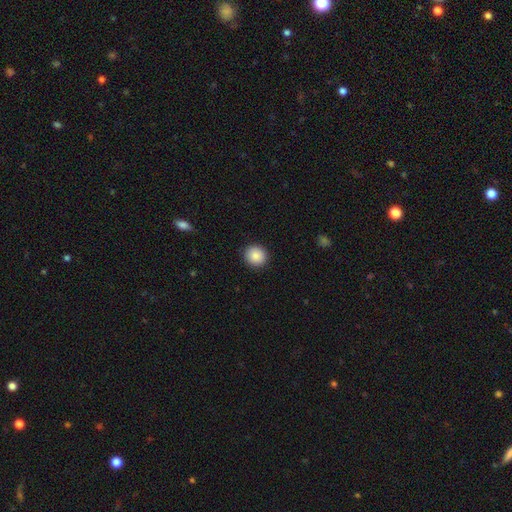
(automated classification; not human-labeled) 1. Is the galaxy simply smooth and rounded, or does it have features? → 87% smooth, 8% star or artifact, 5% featured or disk.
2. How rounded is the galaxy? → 90% round, 9% in between, 1% cigar-shaped.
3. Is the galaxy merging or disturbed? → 92% none, 5% minor disturbance, 2% major disturbance, 1% merger.